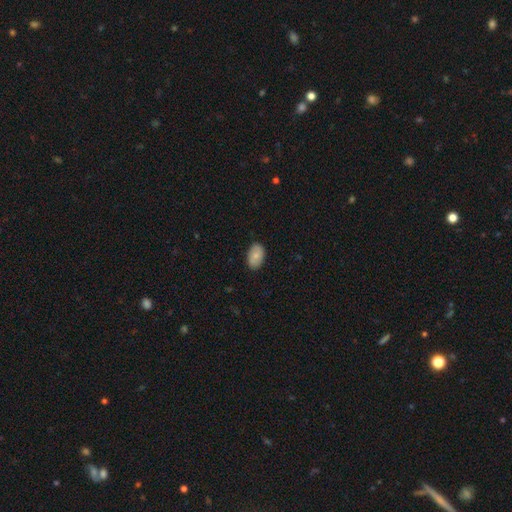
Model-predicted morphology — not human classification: A smooth galaxy with no disk features (77%) that is in between round and cigar-shaped (90%). Merging: none (86%).